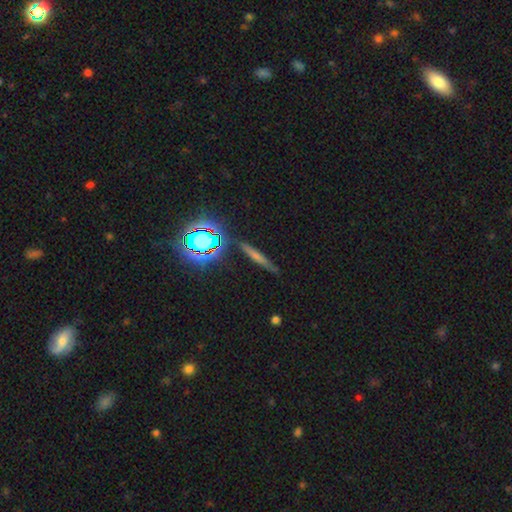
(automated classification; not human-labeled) A smooth galaxy with no disk features (41%). Merging: none (85%).